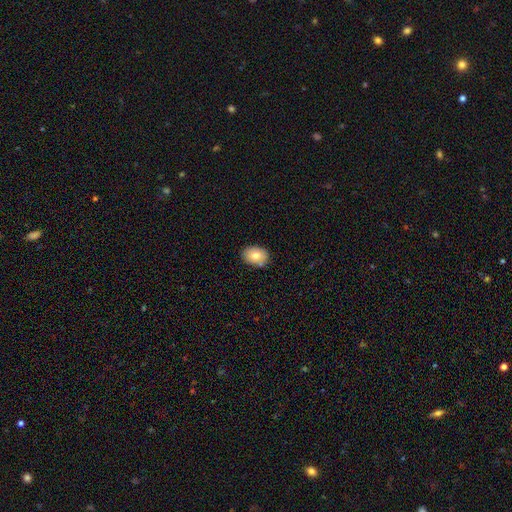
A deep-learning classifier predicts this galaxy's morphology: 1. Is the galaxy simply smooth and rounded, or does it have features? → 79% smooth, 13% featured or disk, 8% star or artifact.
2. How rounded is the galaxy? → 76% in between, 23% round, 1% cigar-shaped.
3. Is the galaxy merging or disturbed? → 81% none, 14% minor disturbance, 3% merger, 2% major disturbance.